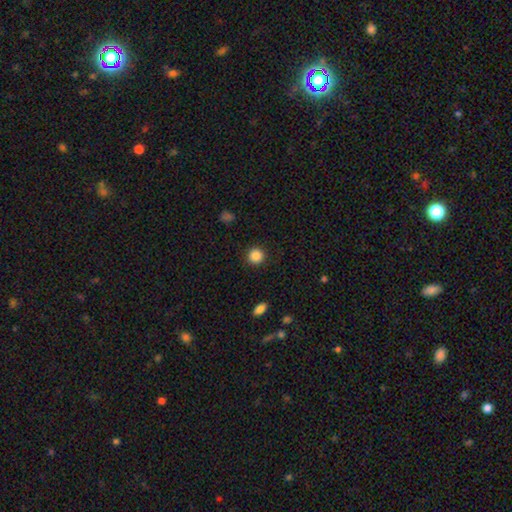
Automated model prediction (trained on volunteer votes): Smooth or featured? Predicted: smooth (p=0.87). How rounded? Predicted: round (p=0.93). Merging? Predicted: none (p=0.91).